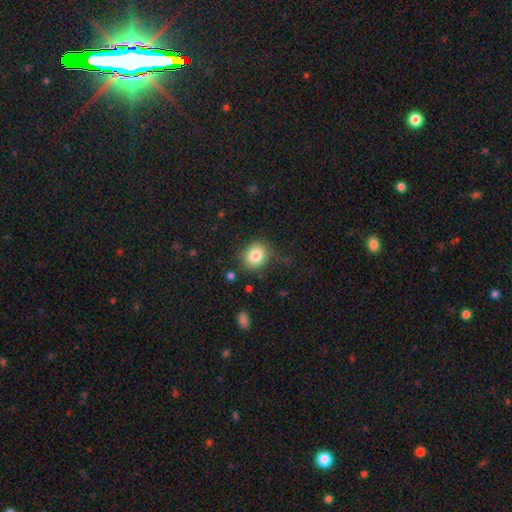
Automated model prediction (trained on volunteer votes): smooth-or-featured: smooth: 82% | star or artifact: 11% | featured or disk: 7%
  how-rounded: round: 68% | in between: 32% | cigar-shaped: 1%
  merging: none: 84% | minor disturbance: 11% | major disturbance: 3% | merger: 2%